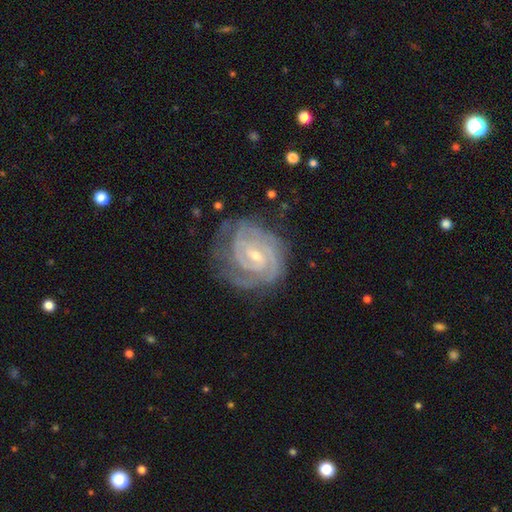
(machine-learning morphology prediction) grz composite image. It shows a featured or disk galaxy (91%) with a weak bar (50%), 2 (50%) tight (77%) spiral arms (98%) and a small central bulge (66%). Merging: none (69%).